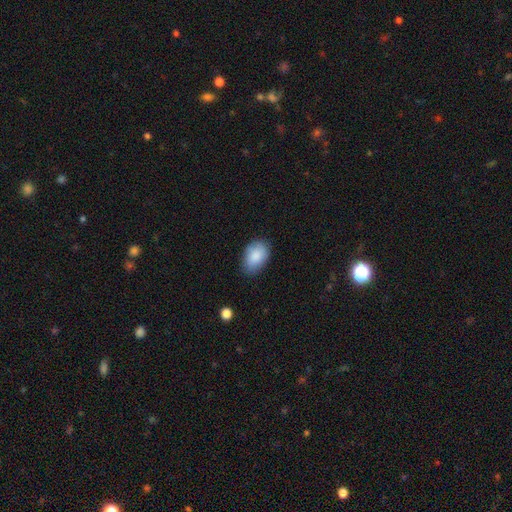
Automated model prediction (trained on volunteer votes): This appears to be a smooth galaxy with no disk features (87%) that is in between round and cigar-shaped (89%). Merging: none (78%).